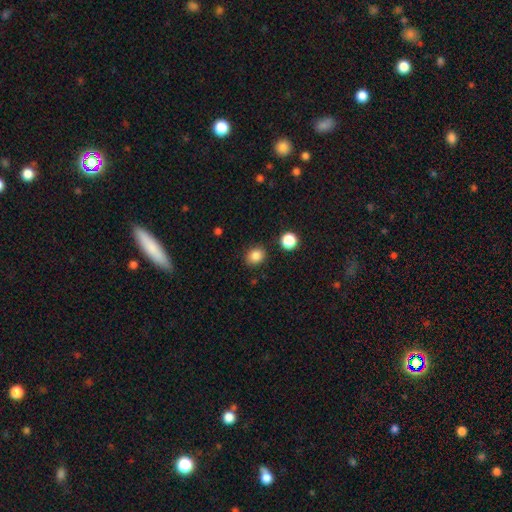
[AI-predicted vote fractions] Morphology: type=smooth (85%); roundness=round (65%); merging=none (86%).